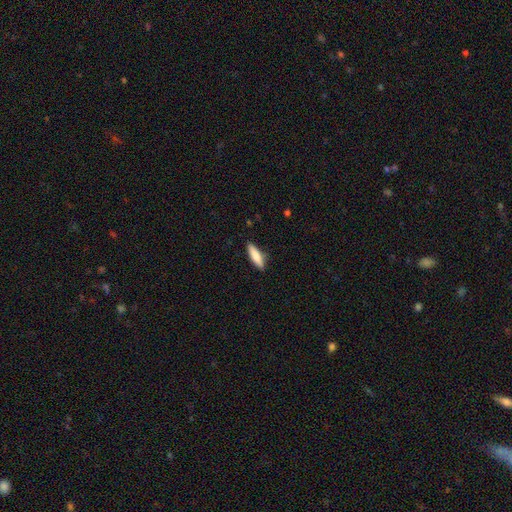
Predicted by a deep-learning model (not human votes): Overall: smooth (78%). How rounded: cigar-shaped (67%; in between 31%). Merging: none (88%).